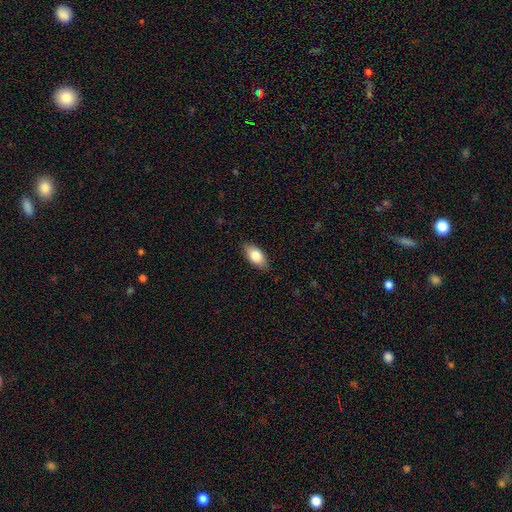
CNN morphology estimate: Smooth or featured?
  - smooth: 80% *
  - featured or disk: 14%
  - star or artifact: 6%
How rounded?
  - in between: 89% *
  - cigar-shaped: 7%
  - round: 4%
Merging?
  - none: 83% *
  - minor disturbance: 13%
  - major disturbance: 3%
  - merger: 1%